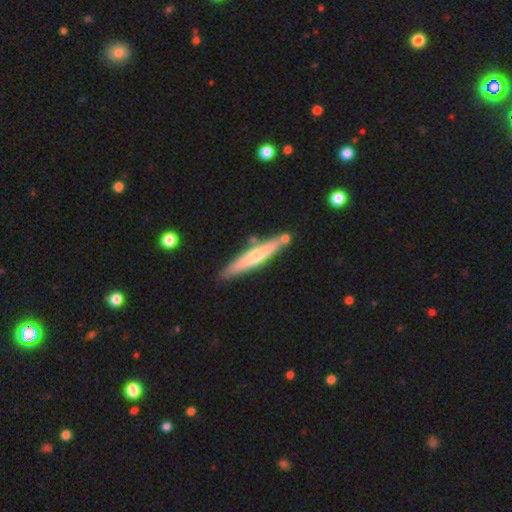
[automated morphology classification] A featured or disk galaxy (48%).

Vote fractions:
- Smooth or featured? featured or disk: 48% / smooth: 47% / star or artifact: 5%
- Merging? none: 81% / minor disturbance: 10% / merger: 7% / major disturbance: 2%